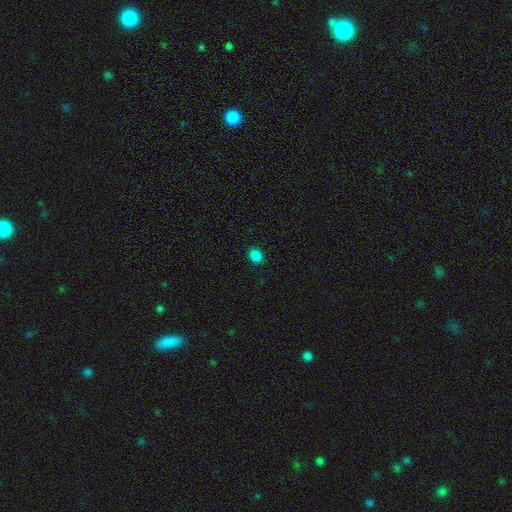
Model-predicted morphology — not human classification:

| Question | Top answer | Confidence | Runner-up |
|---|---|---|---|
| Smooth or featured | smooth | 86% | star or artifact (11%) |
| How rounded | in between | 65% | round (34%) |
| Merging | none | 90% | minor disturbance (7%) |